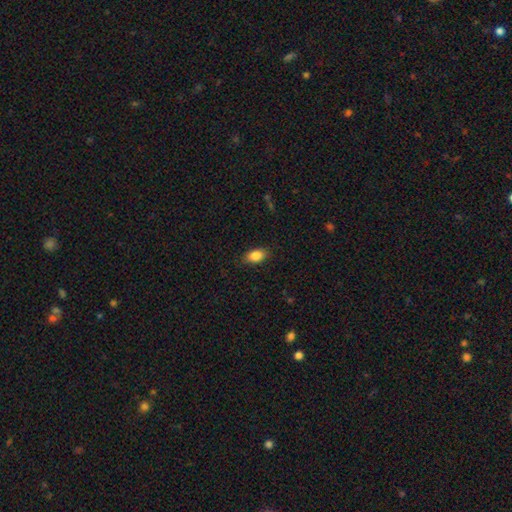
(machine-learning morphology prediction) The model was most divided on "merging": none: 86%, minor disturbance: 11%, major disturbance: 3%, merger: 1%. More confident: how rounded — in between (89%); smooth or featured — smooth (86%).